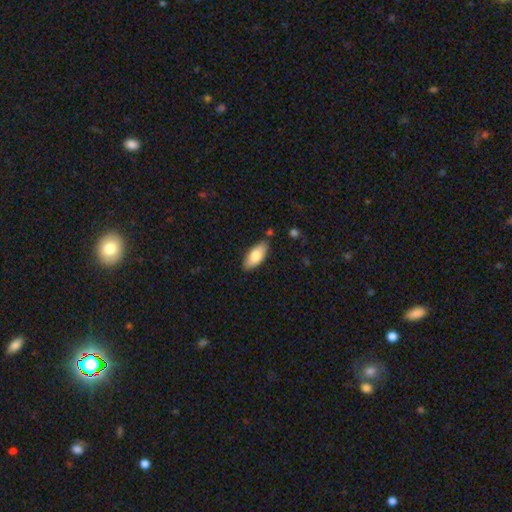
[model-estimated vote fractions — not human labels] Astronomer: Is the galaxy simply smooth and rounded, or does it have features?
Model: smooth — 77%.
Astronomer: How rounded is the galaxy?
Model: in between — 86%.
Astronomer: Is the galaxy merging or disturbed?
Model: none — 85%.